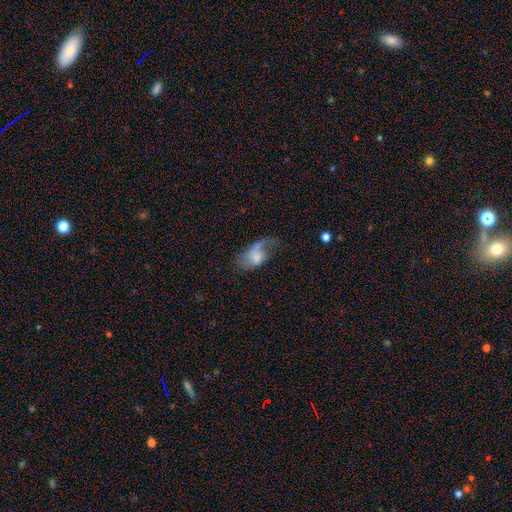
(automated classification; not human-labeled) smooth-or-featured: smooth: 57% | featured or disk: 34% | star or artifact: 9%
  how-rounded: in between: 90% | round: 7% | cigar-shaped: 3%
  merging: major disturbance: 46% | minor disturbance: 24% | none: 23% | merger: 7%